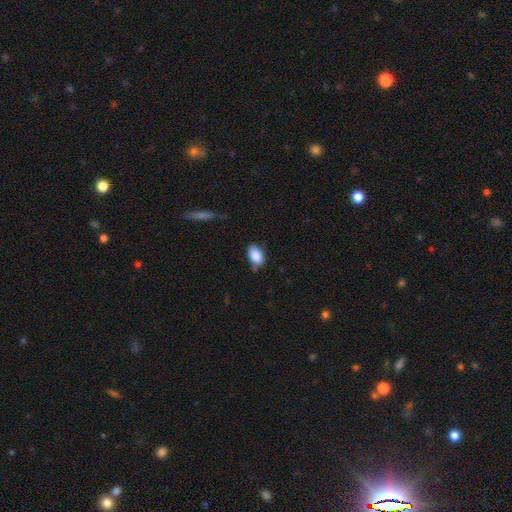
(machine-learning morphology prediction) Smooth or featured? Predicted: smooth (p=0.87). How rounded? Predicted: in between (p=0.88). Merging? Predicted: none (p=0.68).